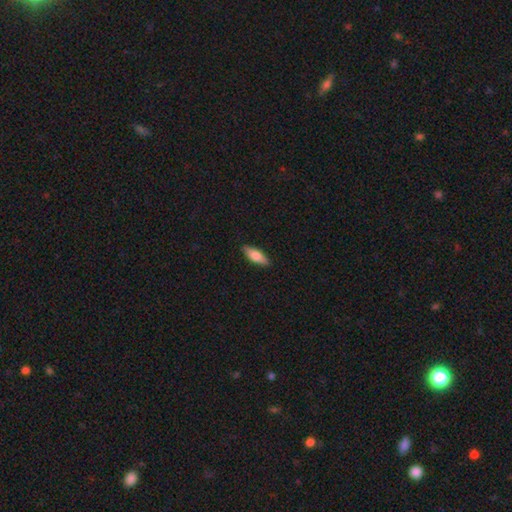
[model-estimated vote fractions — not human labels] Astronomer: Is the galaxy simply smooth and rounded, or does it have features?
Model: smooth — 71%.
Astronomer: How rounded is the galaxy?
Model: in between — 62%.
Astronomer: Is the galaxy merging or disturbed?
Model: none — 89%.